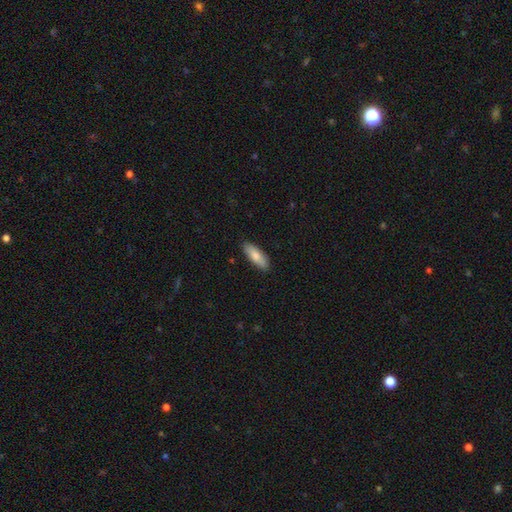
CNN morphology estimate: type=smooth (81%); roundness=in between (64%); merging=none (88%).